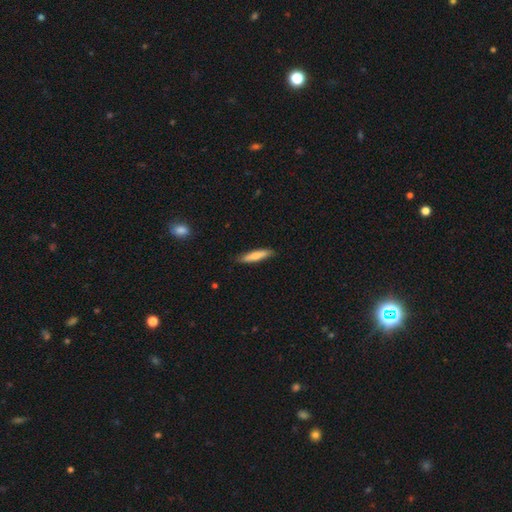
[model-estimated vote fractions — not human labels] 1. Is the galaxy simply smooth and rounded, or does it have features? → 69% smooth, 25% featured or disk, 6% star or artifact.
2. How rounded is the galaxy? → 85% cigar-shaped, 14% in between, 1% round.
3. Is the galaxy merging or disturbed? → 87% none, 10% minor disturbance, 2% major disturbance, 1% merger.